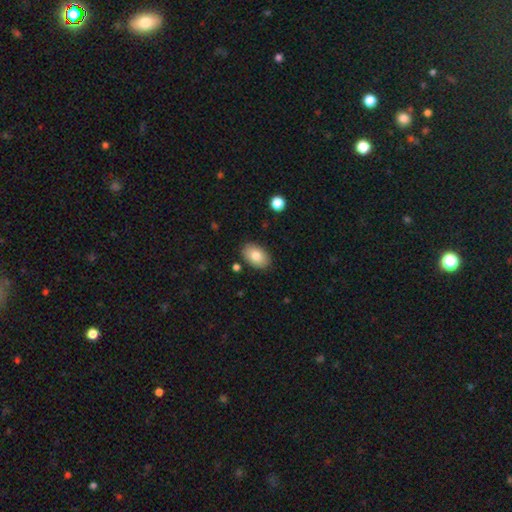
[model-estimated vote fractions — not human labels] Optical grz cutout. It shows a smooth galaxy with no disk features (82%) that is in between round and cigar-shaped (89%). Merging: none (86%).